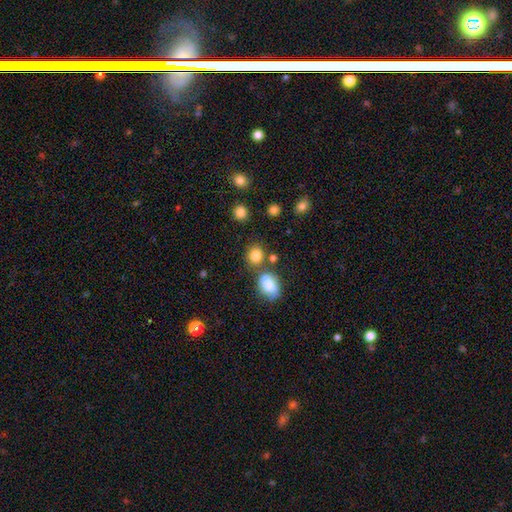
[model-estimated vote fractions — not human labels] Smooth or featured?
  - smooth: 82% *
  - star or artifact: 11%
  - featured or disk: 7%
How rounded?
  - round: 74% *
  - in between: 25%
  - cigar-shaped: 1%
Merging?
  - none: 69% *
  - merger: 16%
  - minor disturbance: 11%
  - major disturbance: 4%